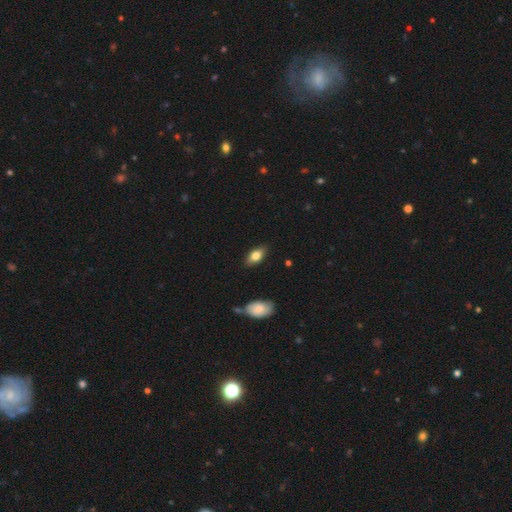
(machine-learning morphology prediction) Q: Smooth or featured?
A: smooth (76%); runner-up: featured or disk (17%)
Q: How rounded?
A: in between (87%); runner-up: cigar-shaped (8%)
Q: Merging?
A: none (83%); runner-up: minor disturbance (13%)